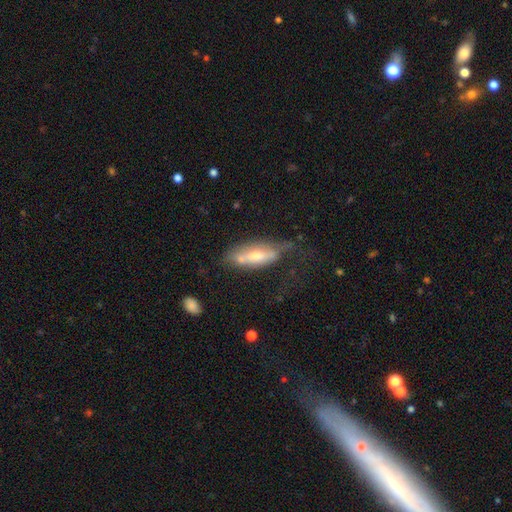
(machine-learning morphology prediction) smooth 49%, featured or disk 44%, star or artifact 7%. Down the decision tree: merging — none (35%).